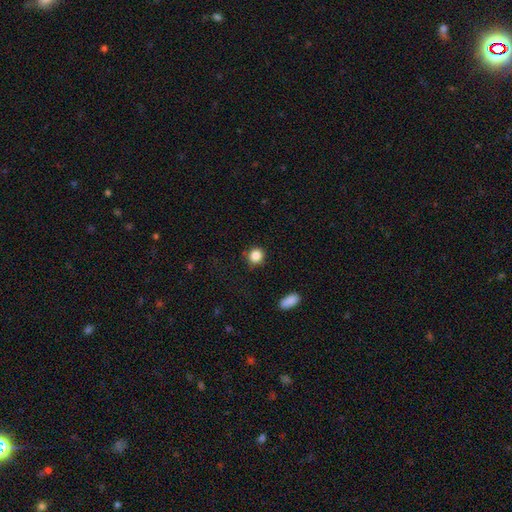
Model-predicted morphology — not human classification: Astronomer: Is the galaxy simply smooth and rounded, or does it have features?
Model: smooth — 86%.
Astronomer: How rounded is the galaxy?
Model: round — 88%.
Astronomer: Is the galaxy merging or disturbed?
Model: none — 85%.